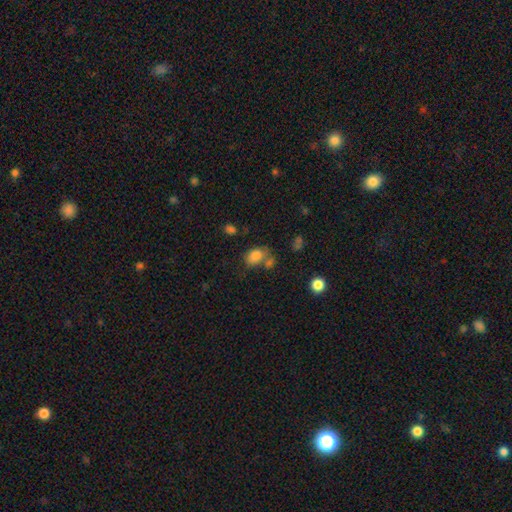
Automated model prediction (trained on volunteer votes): Smooth or featured?
  - smooth: 81% *
  - star or artifact: 10%
  - featured or disk: 9%
How rounded?
  - in between: 76% *
  - round: 23%
  - cigar-shaped: 1%
Merging?
  - none: 45% *
  - merger: 29%
  - minor disturbance: 17%
  - major disturbance: 8%